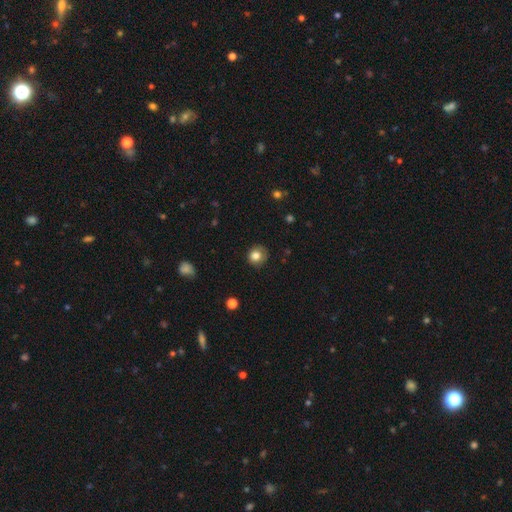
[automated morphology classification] This is clearly a smooth galaxy (82%). How rounded: clearly round (88%). Merging: clearly none (81%).